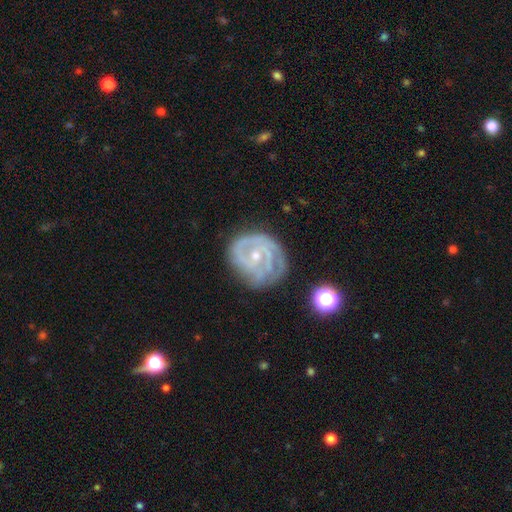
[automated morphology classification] Overall: featured or disk (86%). Edge-on disk: no (98%). Bar: no (51%; weak 37%). Spiral arms: yes (95%). Spiral arm count: 3 (31%; 2 28%). Spiral winding: tight (66%; medium 28%). Bulge size: small (66%; moderate 31%). Merging: none (63%; minor disturbance 24%).